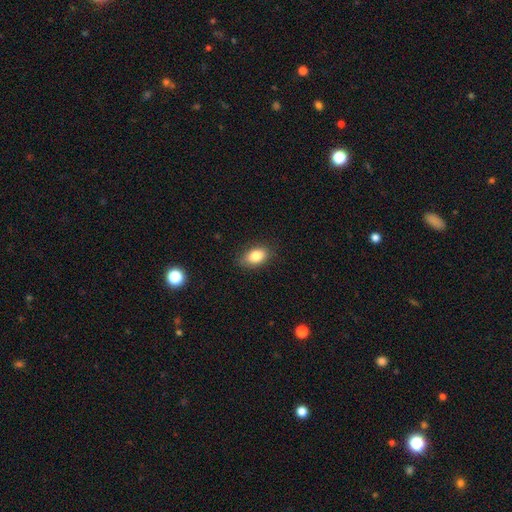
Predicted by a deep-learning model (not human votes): Morphology: type=smooth (83%); roundness=in between (86%); merging=none (82%).